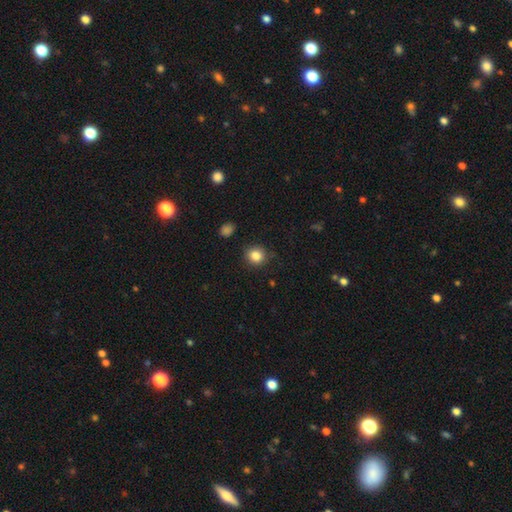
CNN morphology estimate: Overall: smooth (85%). How rounded: round (88%). Merging: none (88%).